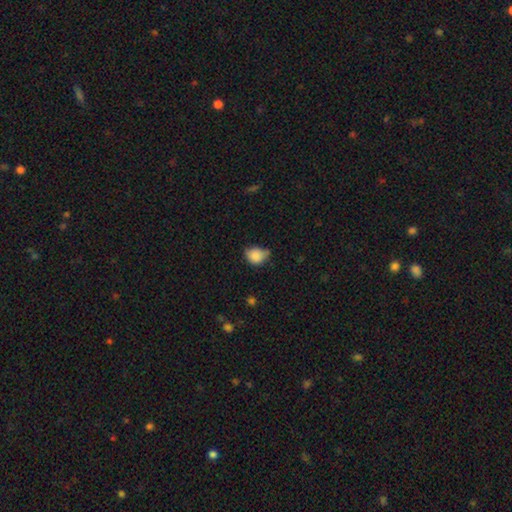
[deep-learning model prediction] A smooth galaxy with no disk features (85%) that is round (50%). Merging: minor disturbance (46%).